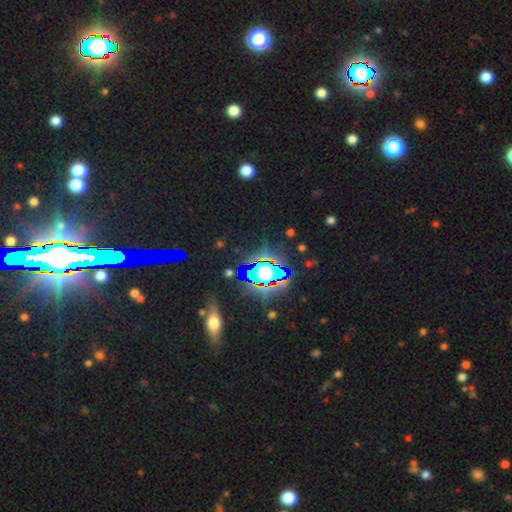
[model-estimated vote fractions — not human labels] This is likely a star or artifact rather than a galaxy (78%).